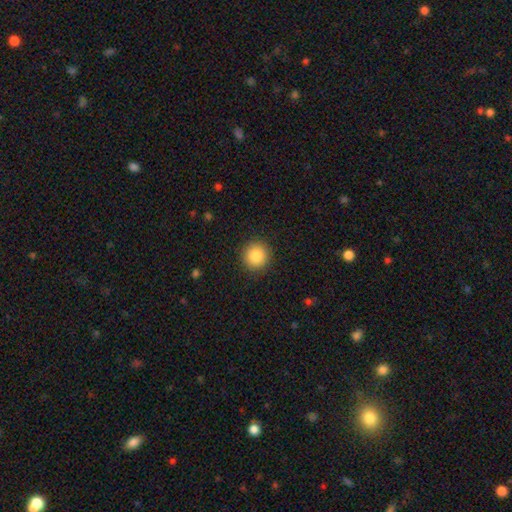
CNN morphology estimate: Smooth or featured: smooth — 87% (star or artifact — 9%)
How rounded: round — 93% (in between — 6%)
Merging: none — 92% (minor disturbance — 5%)